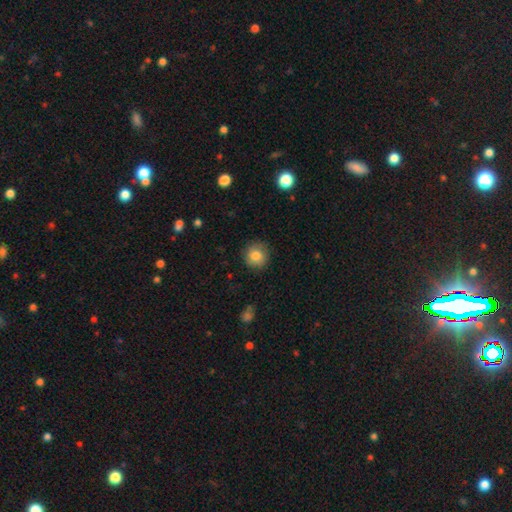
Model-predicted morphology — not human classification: Q: Smooth or featured?
A: smooth (81%); runner-up: featured or disk (10%)
Q: How rounded?
A: round (92%); runner-up: in between (7%)
Q: Merging?
A: none (86%); runner-up: minor disturbance (10%)